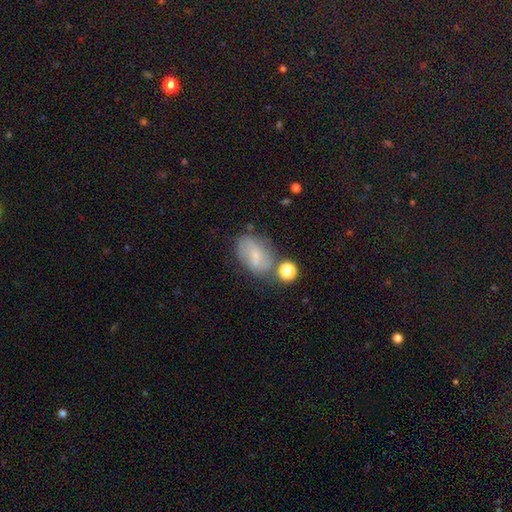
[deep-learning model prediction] Smooth or featured? Predicted: smooth (p=0.50). How rounded? Predicted: in between (p=0.82). Merging? Predicted: none (p=0.49).